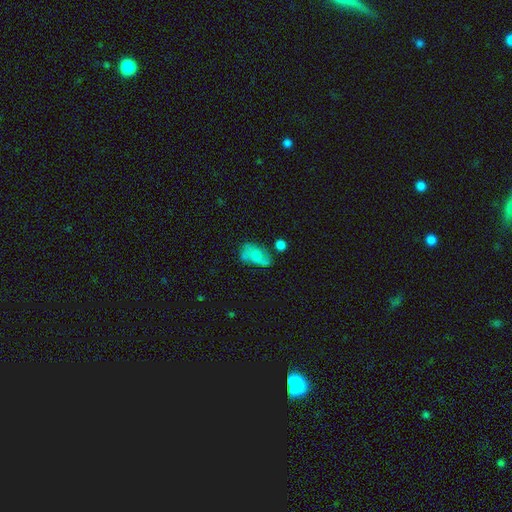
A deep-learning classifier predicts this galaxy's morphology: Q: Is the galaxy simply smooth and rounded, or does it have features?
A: smooth — 47%.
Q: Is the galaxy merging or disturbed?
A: none — 43%.